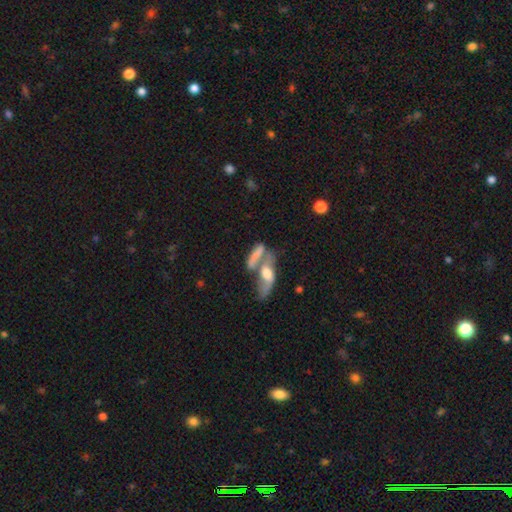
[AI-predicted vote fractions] Smooth or featured? Predicted: smooth (p=0.51). How rounded? Predicted: in between (p=0.53). Merging? Predicted: merger (p=0.57).